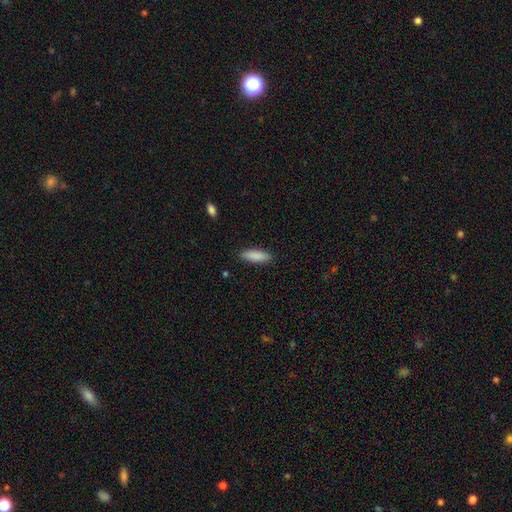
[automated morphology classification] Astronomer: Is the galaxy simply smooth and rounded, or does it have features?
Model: smooth — 88%.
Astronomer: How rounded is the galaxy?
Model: cigar-shaped — 51% (runner-up: in between, 48%).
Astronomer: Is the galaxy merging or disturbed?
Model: none — 89%.